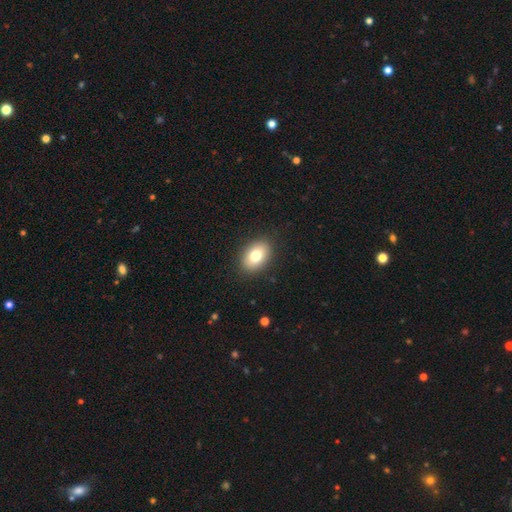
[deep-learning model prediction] Smooth or featured? smooth (79%)
How rounded? in between (83%)
Merging? none (89%)